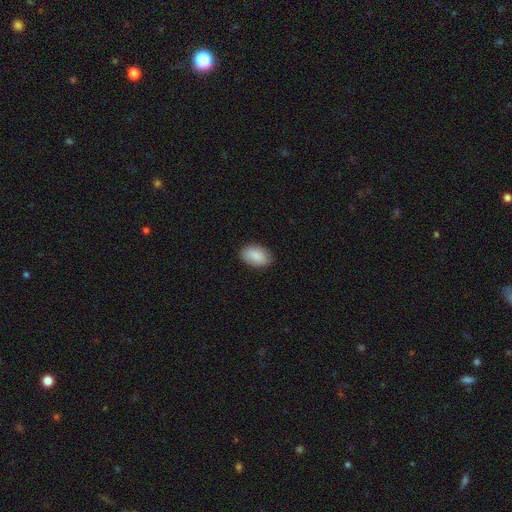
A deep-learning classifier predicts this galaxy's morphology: smooth 89%, star or artifact 6%, featured or disk 5%. Down the decision tree: how rounded — in between (91%); merging — none (87%).